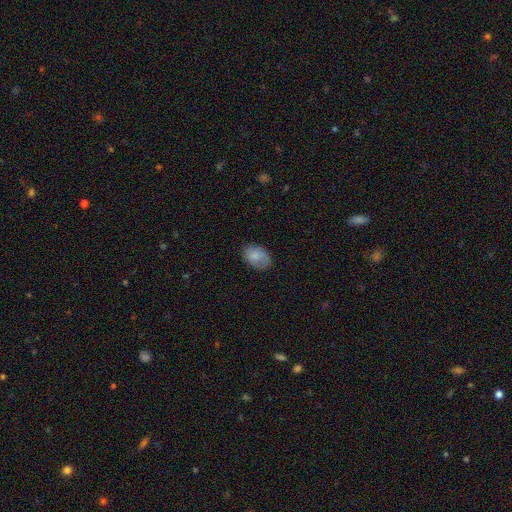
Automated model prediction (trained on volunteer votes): smooth 76%, featured or disk 16%, star or artifact 8%. Down the decision tree: how rounded — in between (83%); merging — none (75%).